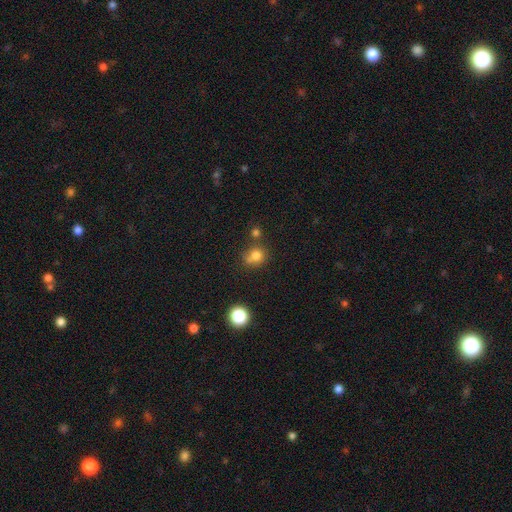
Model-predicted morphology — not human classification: Q: Smooth or featured?
A: smooth (77%); runner-up: star or artifact (14%)
Q: How rounded?
A: round (81%); runner-up: in between (18%)
Q: Merging?
A: none (53%); runner-up: merger (27%)